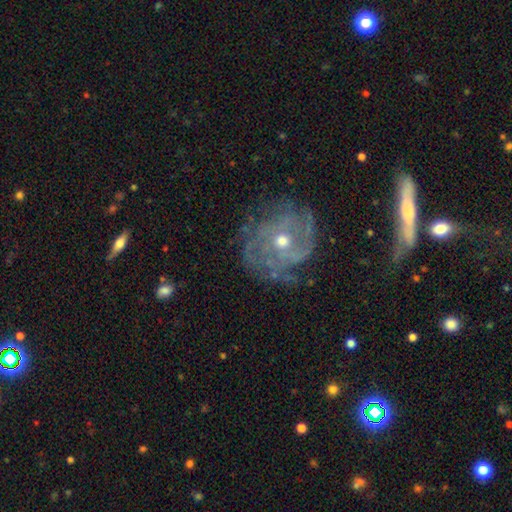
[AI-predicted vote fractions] Smooth or featured? Predicted: featured or disk (p=0.82). Edge-on disk? Predicted: no (p=0.94). Bar? Predicted: no (p=0.67). Spiral arms? Predicted: yes (p=0.93). Spiral winding? Predicted: tight (p=0.69). Spiral arm count? Predicted: can't tell (p=0.34). Bulge size? Predicted: moderate (p=0.53). Merging? Predicted: none (p=0.73).